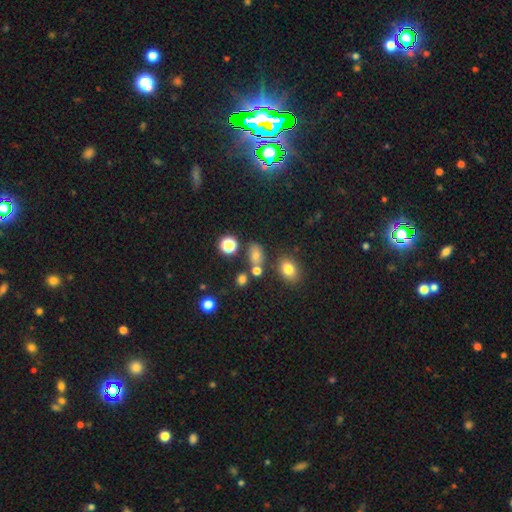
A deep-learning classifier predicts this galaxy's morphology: This appears to be a smooth galaxy with no disk features (67%) that is in between round and cigar-shaped (64%). Merging: none (67%).